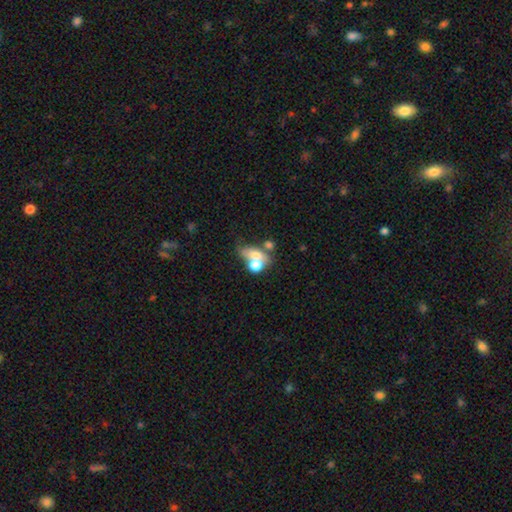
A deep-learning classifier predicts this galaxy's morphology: smooth 61%, featured or disk 27%, star or artifact 13%. Down the decision tree: how rounded — in between (64%); merging — merger (58%).